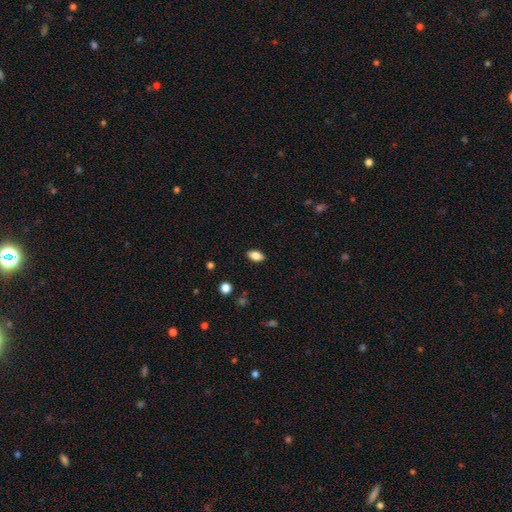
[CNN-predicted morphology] Smooth or featured: smooth — 85% (star or artifact — 8%)
How rounded: in between — 90% (round — 5%)
Merging: none — 88% (minor disturbance — 9%)